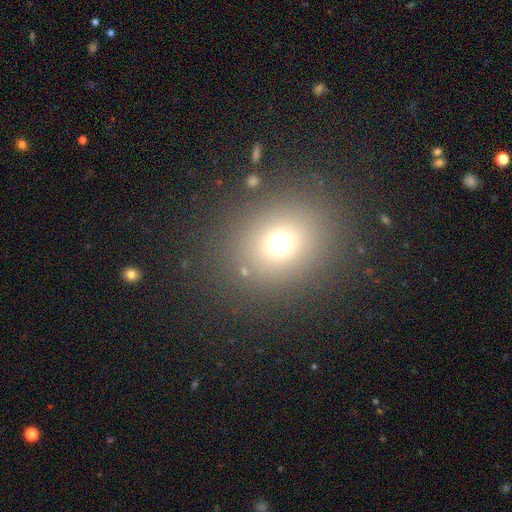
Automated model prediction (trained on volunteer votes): A smooth galaxy with no disk features (68%) that is round (68%). Merging: none (87%).